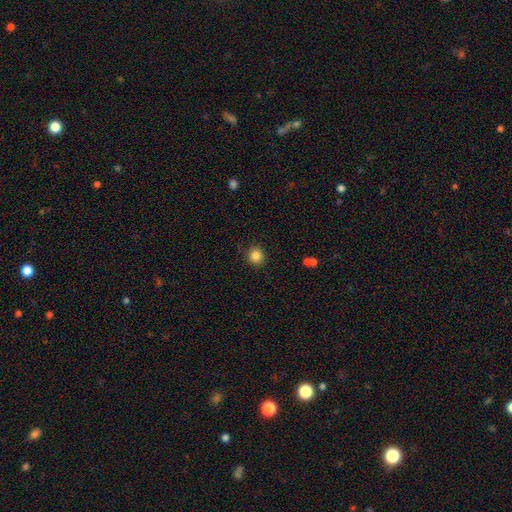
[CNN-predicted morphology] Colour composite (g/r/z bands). It shows a smooth galaxy with no disk features (85%) that is round (90%). Merging: none (89%).